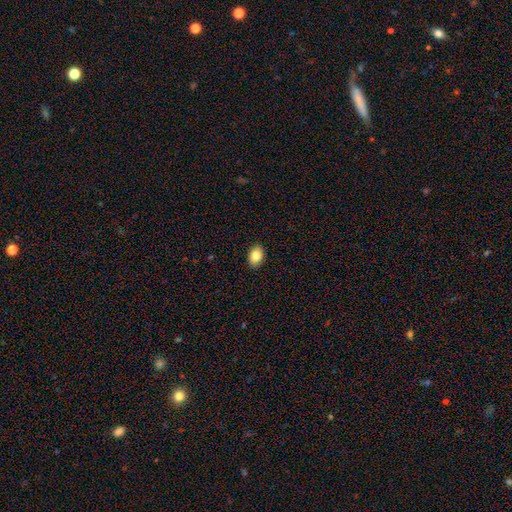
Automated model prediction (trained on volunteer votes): Smooth or featured: smooth — 84% (star or artifact — 8%)
How rounded: in between — 85% (round — 14%)
Merging: none — 90% (minor disturbance — 7%)